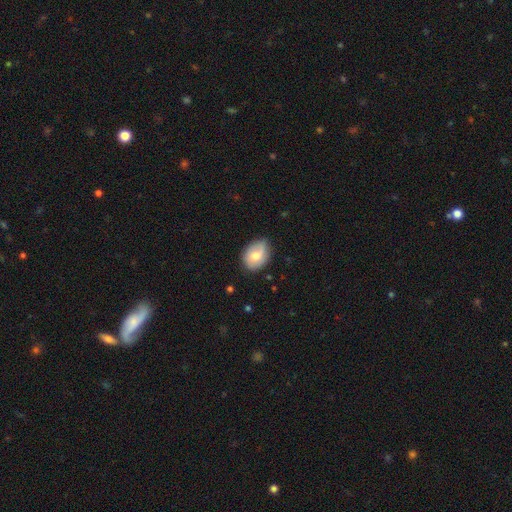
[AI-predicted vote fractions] Smooth or featured?
  - smooth: 64% *
  - featured or disk: 29%
  - star or artifact: 7%
How rounded?
  - in between: 66% *
  - round: 33%
  - cigar-shaped: 1%
Merging?
  - none: 65% *
  - minor disturbance: 28%
  - major disturbance: 5%
  - merger: 2%